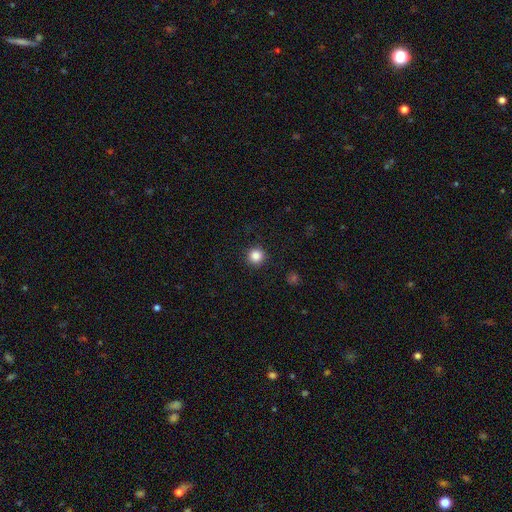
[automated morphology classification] smooth_or_featured: smooth (p=0.85) [alt: star or artifact p=0.11]
how_rounded: round (p=0.96) [alt: in between p=0.03]
merging: none (p=0.92) [alt: minor disturbance p=0.05]